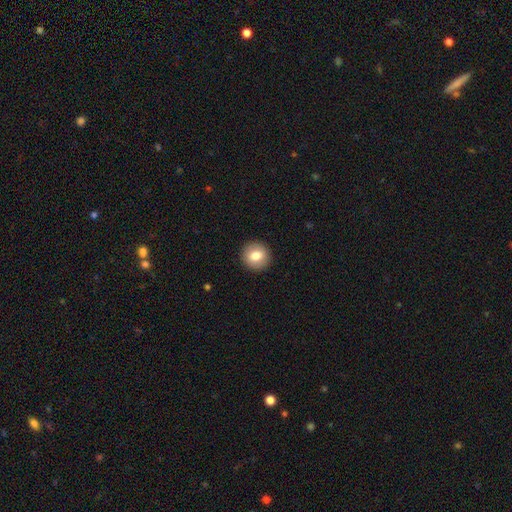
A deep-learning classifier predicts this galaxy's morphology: type=smooth (80%); roundness=round (92%); merging=none (92%).